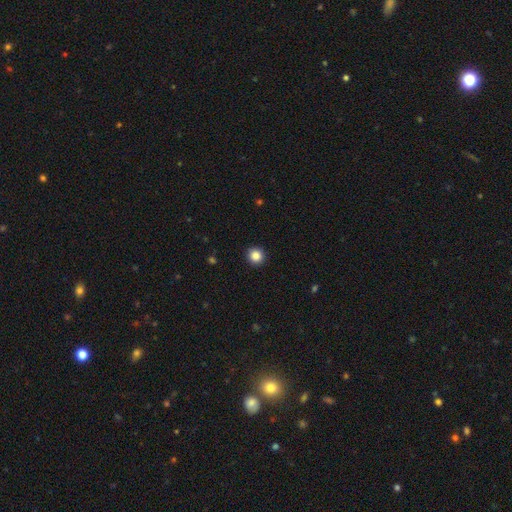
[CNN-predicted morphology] Smooth or featured? Predicted: smooth (p=0.86). How rounded? Predicted: round (p=0.94). Merging? Predicted: none (p=0.92).